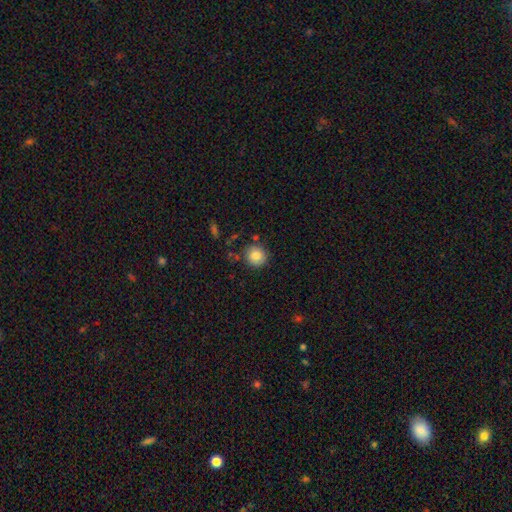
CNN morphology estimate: This is clearly a smooth galaxy (83%). How rounded: clearly round (91%). Merging: clearly none (82%).